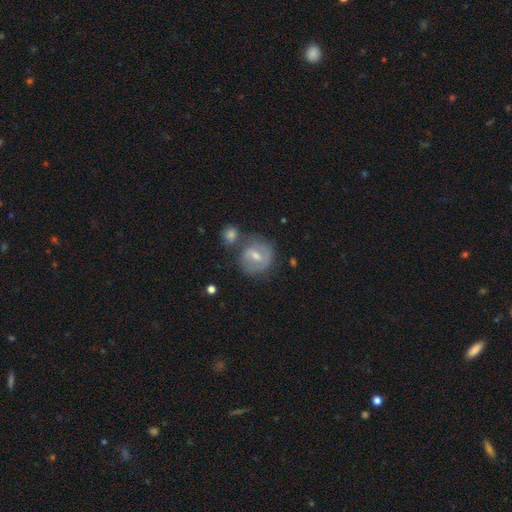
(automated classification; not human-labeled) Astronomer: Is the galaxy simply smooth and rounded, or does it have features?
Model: featured or disk — 60%.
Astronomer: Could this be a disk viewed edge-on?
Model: no — 96%.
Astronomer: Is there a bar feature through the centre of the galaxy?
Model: weak — 52%.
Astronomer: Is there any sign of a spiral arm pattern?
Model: yes — 68%.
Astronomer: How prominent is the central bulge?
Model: moderate — 57% (runner-up: small, 38%).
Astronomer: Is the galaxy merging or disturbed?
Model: none — 62%.